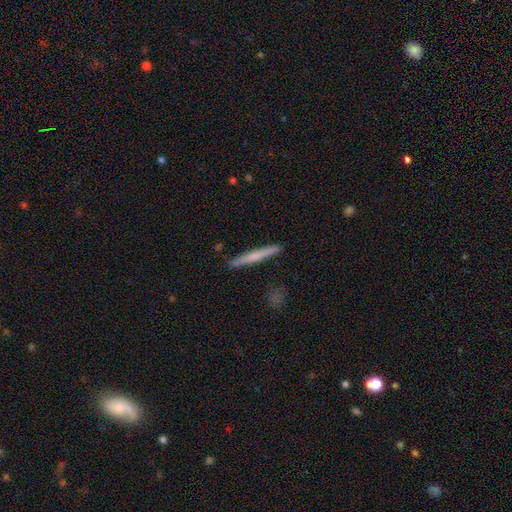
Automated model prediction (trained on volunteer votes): A smooth galaxy with no disk features (57%) that is cigar-shaped (97%). Merging: none (91%).